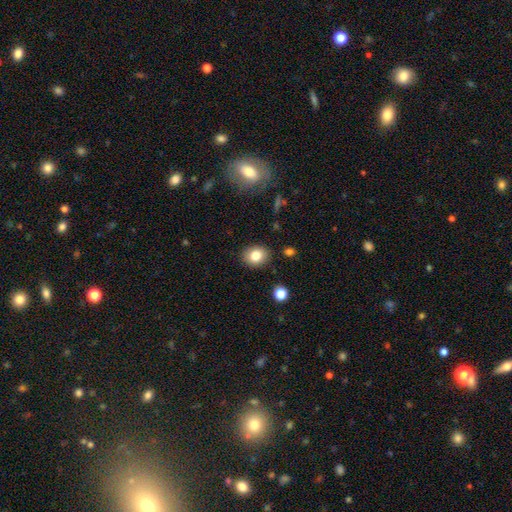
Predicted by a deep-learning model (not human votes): A smooth galaxy with no disk features (82%) that is round (59%). Merging: none (88%).